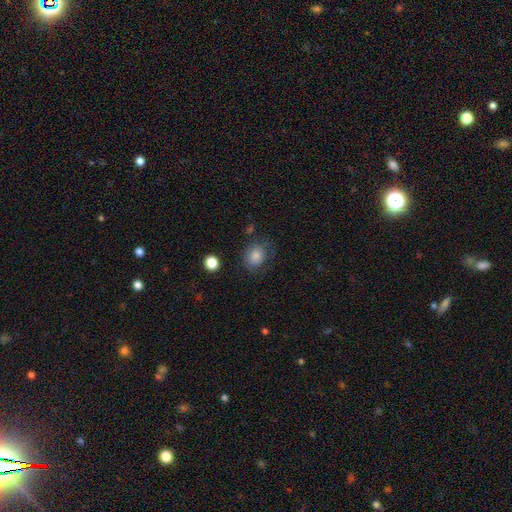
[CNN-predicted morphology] smooth 78%, star or artifact 12%, featured or disk 11%. Down the decision tree: how rounded — round (59%); merging — none (70%).